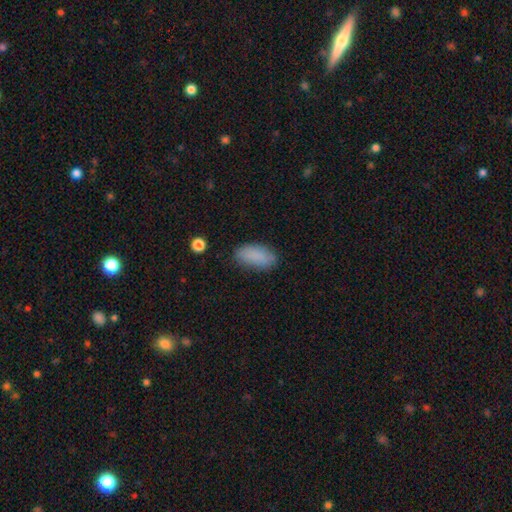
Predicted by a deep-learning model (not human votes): The model was most divided on "merging": none: 80%, minor disturbance: 15%, major disturbance: 3%, merger: 1%. More confident: how rounded — in between (89%); smooth or featured — smooth (87%).